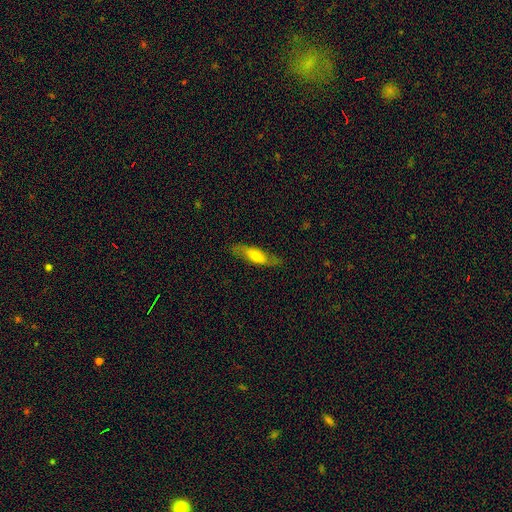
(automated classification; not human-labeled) Overall: smooth (50%; featured or disk 44%). Merging: none (80%).